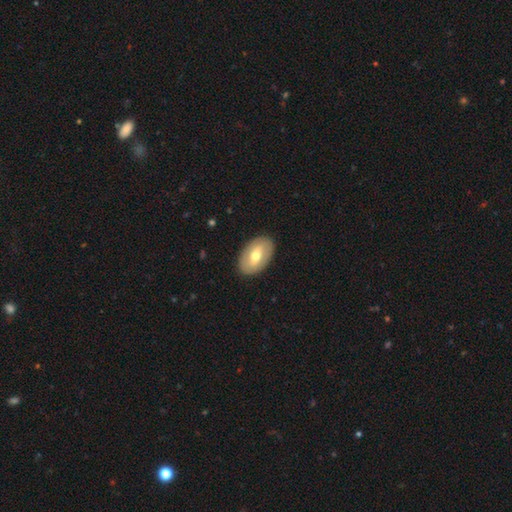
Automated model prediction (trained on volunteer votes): Overall: smooth (58%; featured or disk 36%). How rounded: in between (92%). Merging: none (88%).